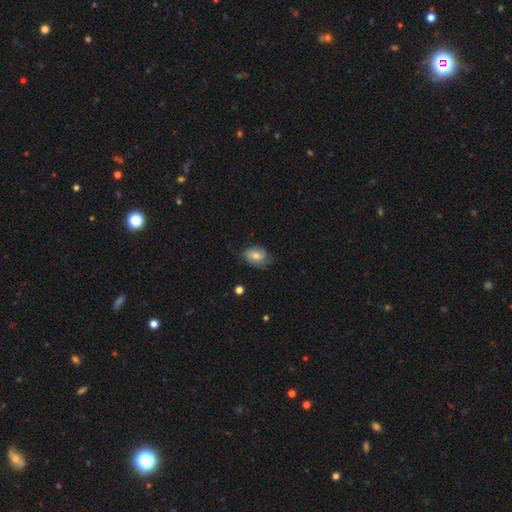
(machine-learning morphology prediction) A smooth galaxy with no disk features (50%). Merging: none (61%).